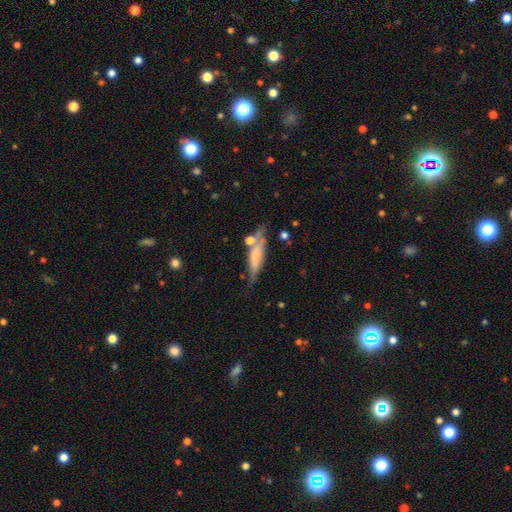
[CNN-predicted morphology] Smooth or featured? smooth (51%)
How rounded? cigar-shaped (64%)
Merging? none (49%)